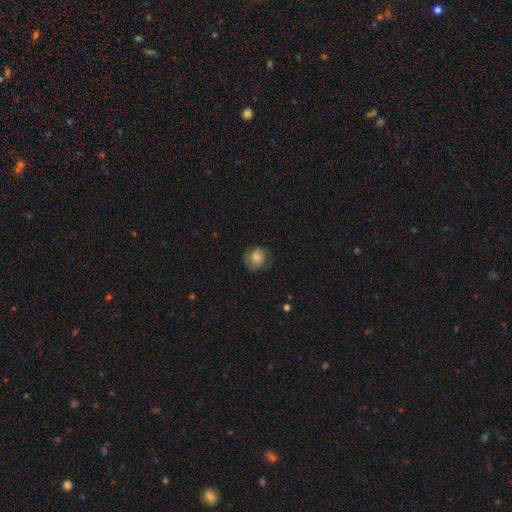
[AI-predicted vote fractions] This is possibly a featured or disk galaxy (55%). It is clearly not viewed edge-on (97%). Bar: likely no (61%). Spiral arm pattern: clearly yes (87%). Central bulge: marginally moderate (45%). Merging: likely none (73%).